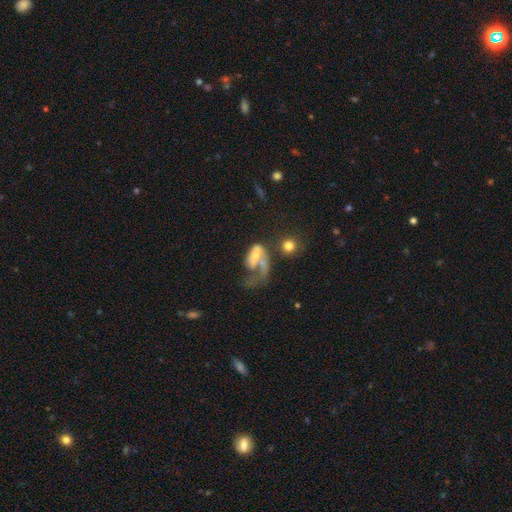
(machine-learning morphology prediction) A featured or disk galaxy (54%) with no bar (67%), spiral arms (60%) and a moderate central bulge (43%). Merging: major disturbance (53%).